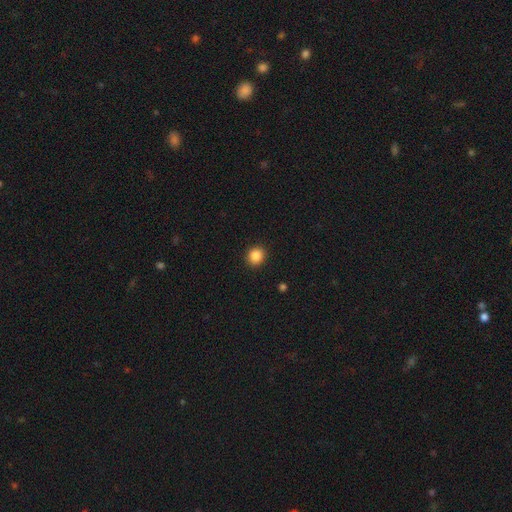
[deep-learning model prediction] smooth-or-featured: smooth: 86% | star or artifact: 10% | featured or disk: 4%
  how-rounded: round: 87% | in between: 12% | cigar-shaped: 1%
  merging: none: 92% | minor disturbance: 5% | major disturbance: 2% | merger: 1%